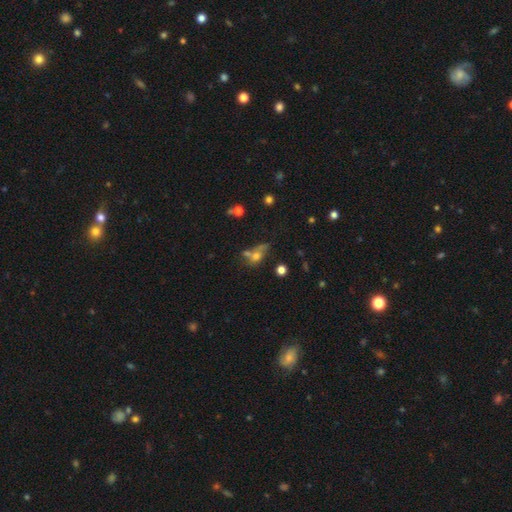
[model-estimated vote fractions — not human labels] smooth-or-featured: smooth: 58% | featured or disk: 25% | star or artifact: 17%
  how-rounded: in between: 55% | round: 39% | cigar-shaped: 6%
  merging: merger: 39% | none: 31% | minor disturbance: 16% | major disturbance: 14%